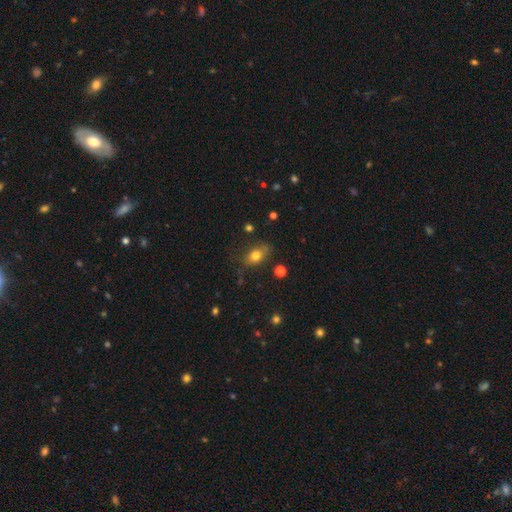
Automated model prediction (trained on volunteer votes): Smooth or featured: smooth — 75% (featured or disk — 13%)
How rounded: in between — 77% (round — 20%)
Merging: none — 70% (minor disturbance — 21%)